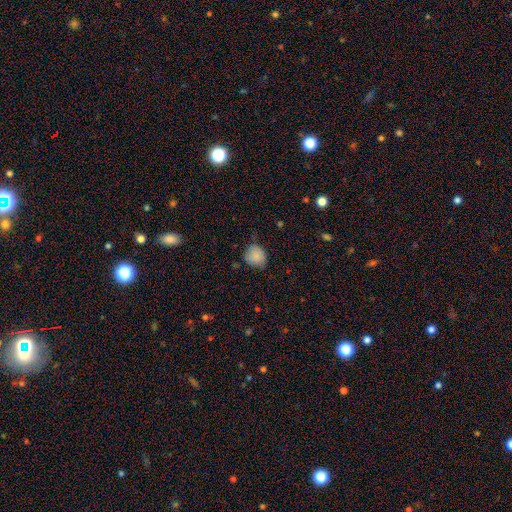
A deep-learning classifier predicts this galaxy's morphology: Smooth or featured? smooth (85%)
How rounded? round (77%)
Merging? none (66%)